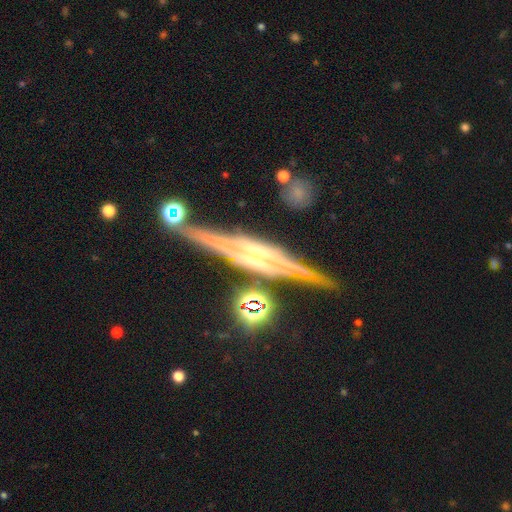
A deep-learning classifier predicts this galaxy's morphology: smooth_or_featured: featured or disk (p=0.86) [alt: star or artifact p=0.07]
disk_edge_on: yes (p=0.96) [alt: no p=0.04]
edge_on_bulge: boxy (p=0.49) [alt: rounded p=0.40]
merging: none (p=0.78) [alt: minor disturbance p=0.14]